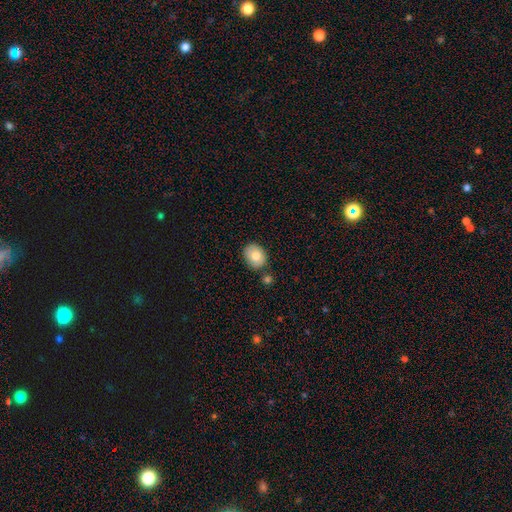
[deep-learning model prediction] Overall: smooth (79%). How rounded: in between (55%; round 44%). Merging: none (77%).